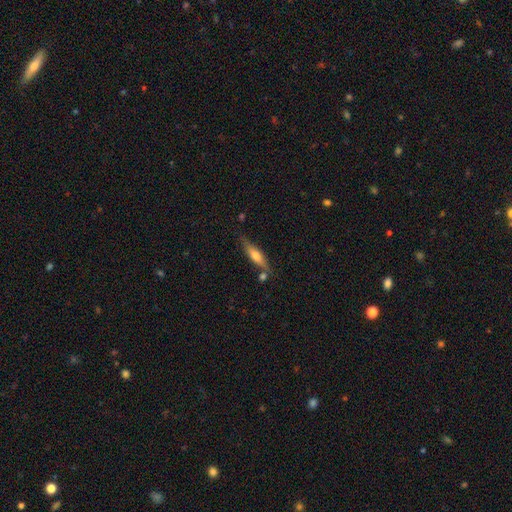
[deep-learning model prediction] Q: Smooth or featured?
A: smooth (47%); tied with: featured or disk (47%)
Q: Merging?
A: none (71%); runner-up: minor disturbance (15%)